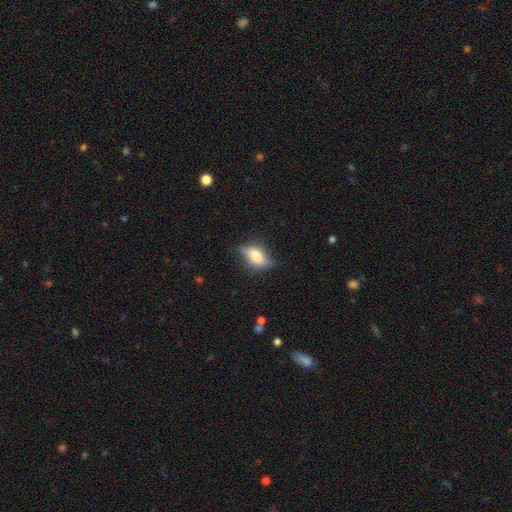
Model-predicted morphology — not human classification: This is likely a smooth galaxy (62%). How rounded: clearly in between (81%). Merging: likely none (62%).